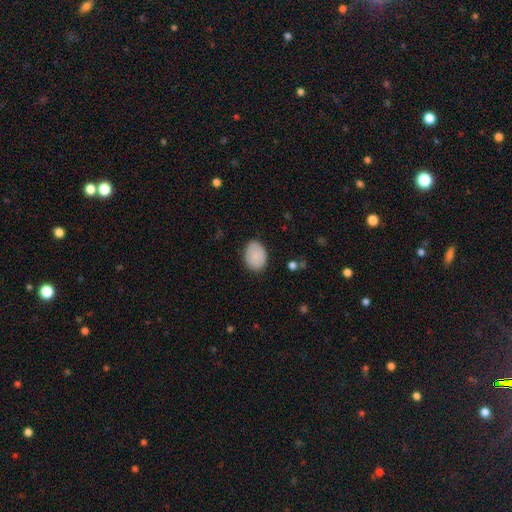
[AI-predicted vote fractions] Smooth or featured? Predicted: smooth (p=0.86). How rounded? Predicted: in between (p=0.73). Merging? Predicted: none (p=0.81).